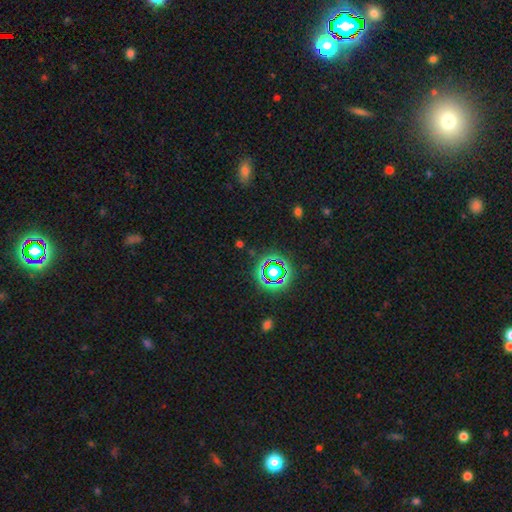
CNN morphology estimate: Smooth or featured? star or artifact (73%)